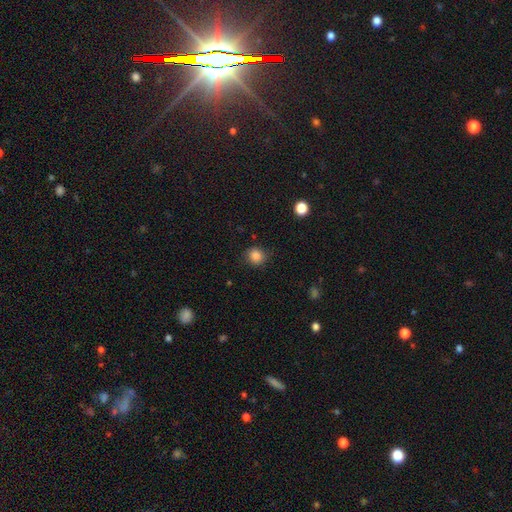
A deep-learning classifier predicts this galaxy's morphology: Smooth or featured? Predicted: smooth (p=0.84). How rounded? Predicted: round (p=0.87). Merging? Predicted: none (p=0.84).